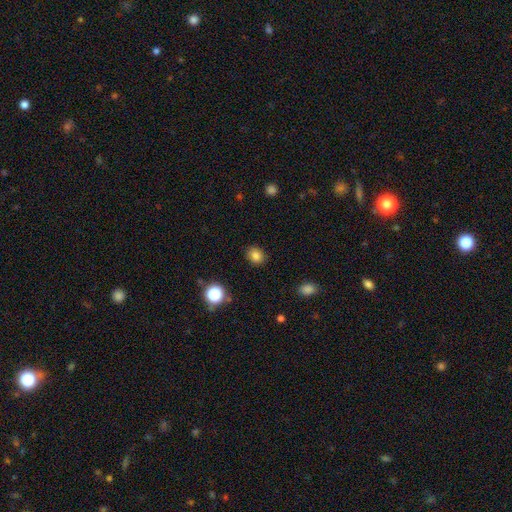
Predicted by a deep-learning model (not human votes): Smooth or featured? smooth (82%)
How rounded? round (67%)
Merging? none (88%)